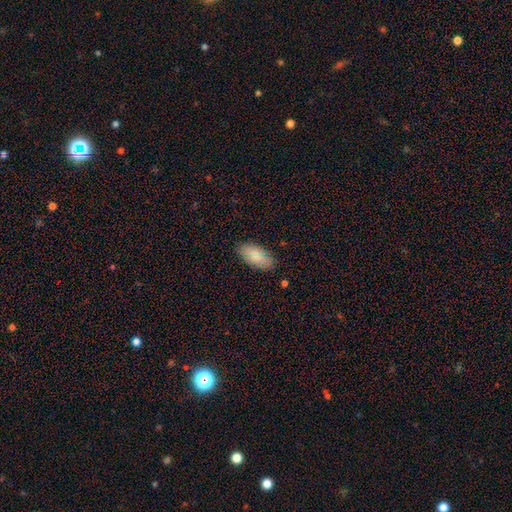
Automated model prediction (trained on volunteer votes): A smooth galaxy with no disk features (80%) that is in between round and cigar-shaped (92%).

Vote fractions:
- Smooth or featured? smooth: 80% / star or artifact: 10% / featured or disk: 10%
- How rounded? in between: 92% / cigar-shaped: 6% / round: 2%
- Merging? none: 86% / minor disturbance: 10% / major disturbance: 2% / merger: 1%